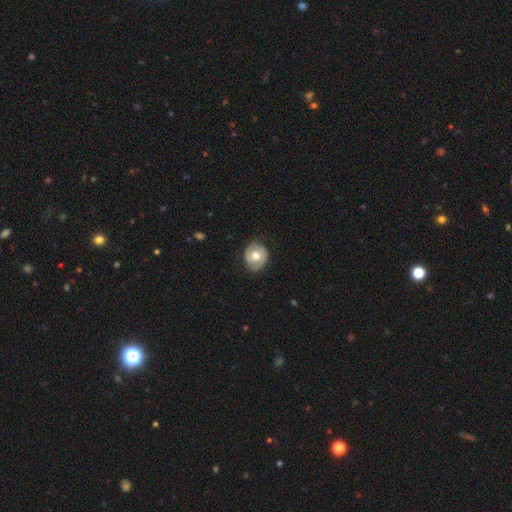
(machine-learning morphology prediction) Overall: smooth (54%; featured or disk 40%). How rounded: round (73%). Merging: none (74%).